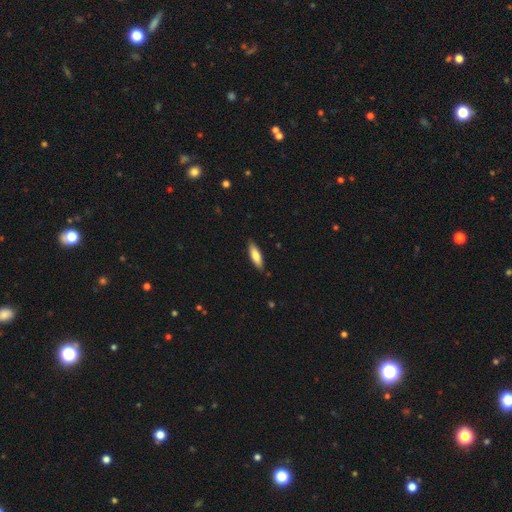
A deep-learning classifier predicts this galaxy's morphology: smooth 78%, featured or disk 16%, star or artifact 6%. Down the decision tree: how rounded — cigar-shaped (50%); merging — none (87%).